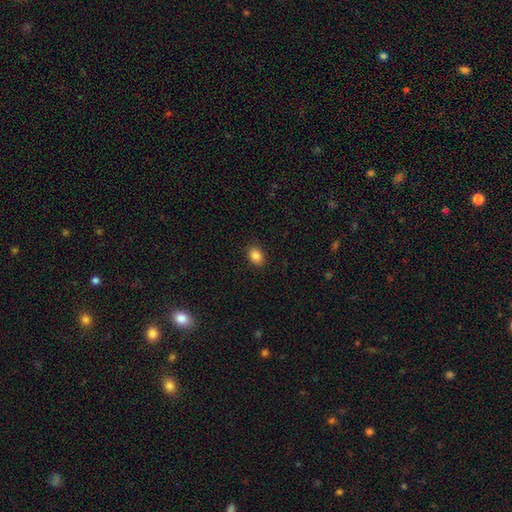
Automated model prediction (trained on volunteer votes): Q: Smooth or featured?
A: smooth (86%); runner-up: star or artifact (9%)
Q: How rounded?
A: in between (74%); runner-up: round (25%)
Q: Merging?
A: none (89%); runner-up: minor disturbance (8%)